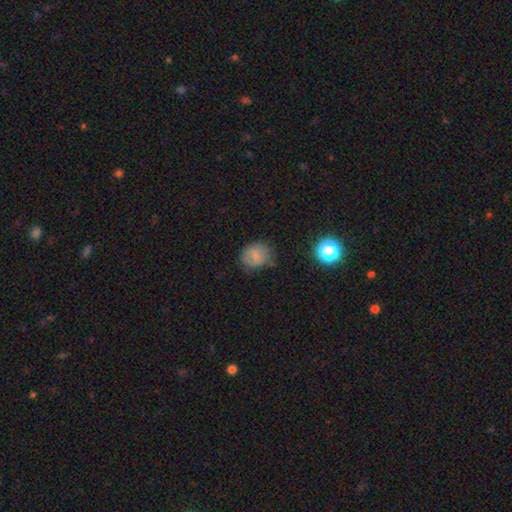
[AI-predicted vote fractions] Smooth or featured? smooth (71%)
How rounded? round (59%)
Merging? none (69%)